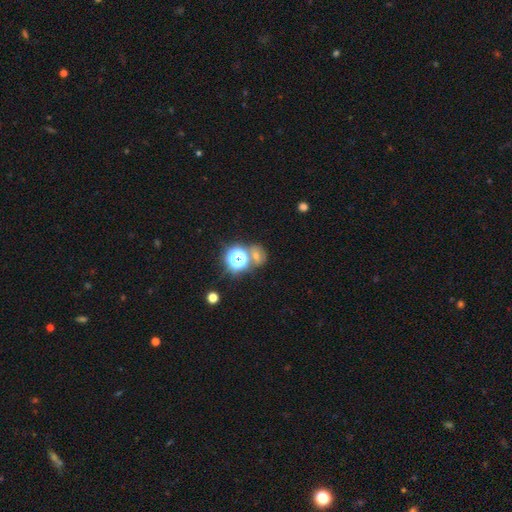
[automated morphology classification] The model was most divided on "smooth or featured": smooth: 45%, star or artifact: 44%, featured or disk: 11%. More confident: merging — none (63%).